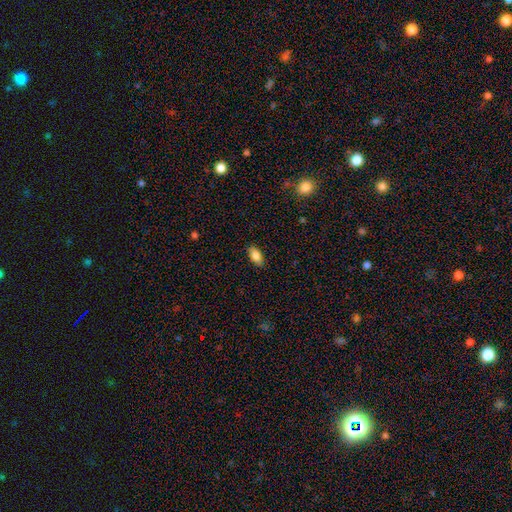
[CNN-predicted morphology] Overall: smooth (84%). How rounded: in between (90%). Merging: none (87%).